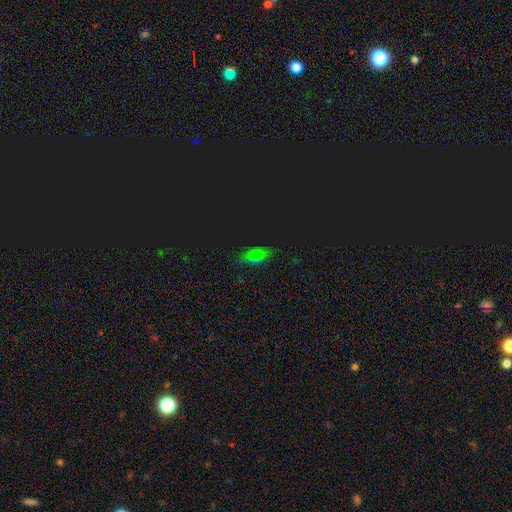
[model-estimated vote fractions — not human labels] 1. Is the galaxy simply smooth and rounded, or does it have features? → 49% star or artifact, 39% smooth, 12% featured or disk.